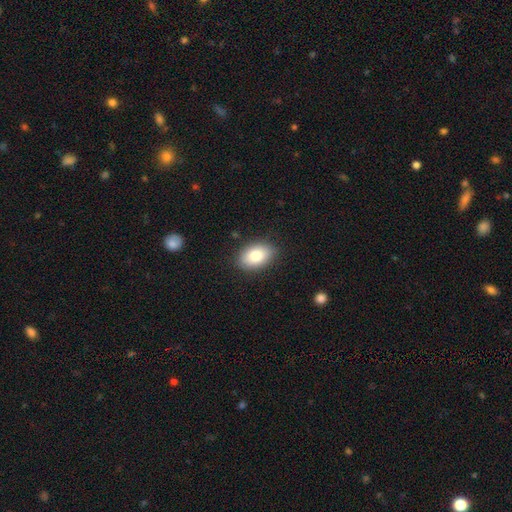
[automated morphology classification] Smooth or featured? smooth (83%)
How rounded? in between (87%)
Merging? none (86%)